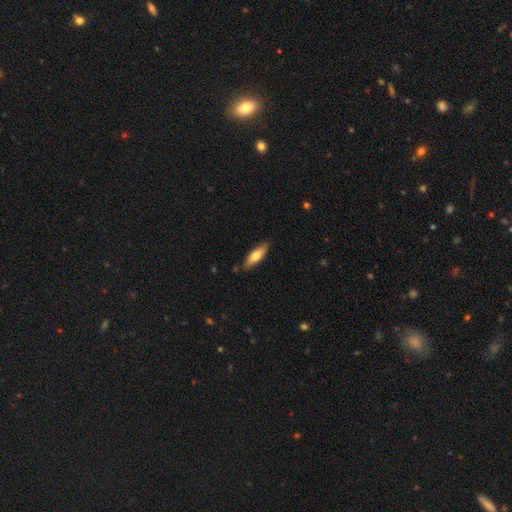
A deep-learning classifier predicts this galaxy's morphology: Smooth or featured? Predicted: smooth (p=0.67). How rounded? Predicted: in between (p=0.49, tied with cigar-shaped). Merging? Predicted: none (p=0.84).